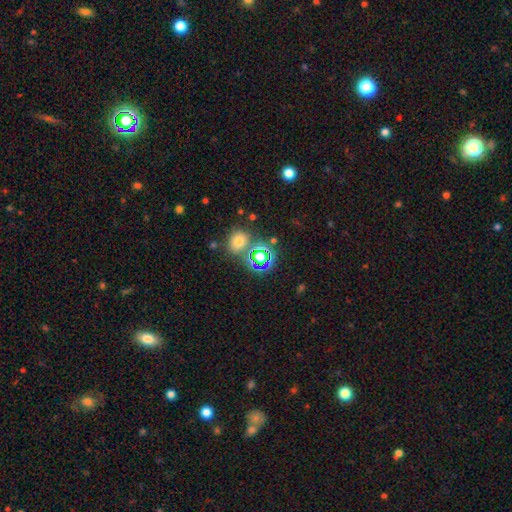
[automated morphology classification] This appears to be a smooth galaxy with no disk features (46%). Merging: none (68%).